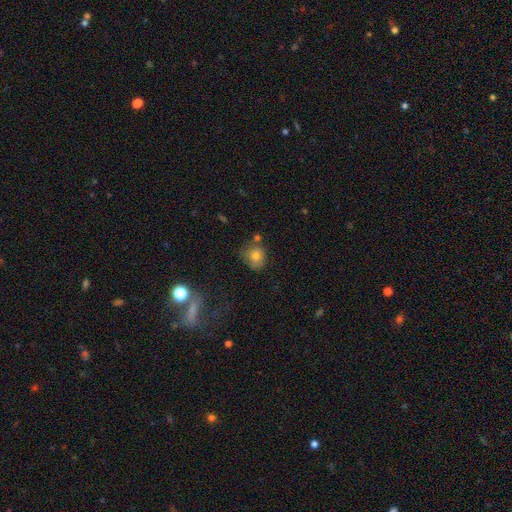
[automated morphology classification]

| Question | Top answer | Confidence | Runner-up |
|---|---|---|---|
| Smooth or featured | smooth | 73% | featured or disk (16%) |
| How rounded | round | 74% | in between (25%) |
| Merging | none | 57% | minor disturbance (25%) |